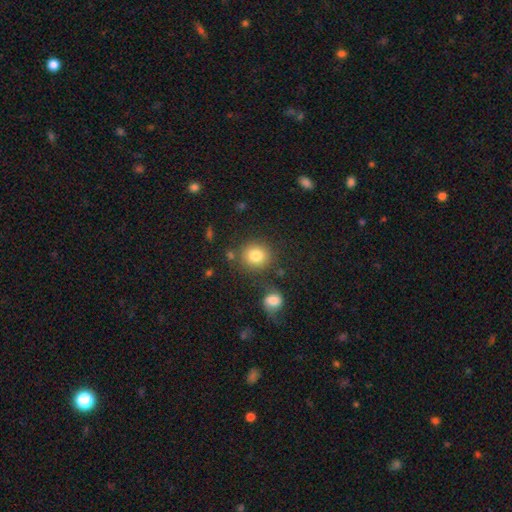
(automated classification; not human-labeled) The model was most divided on "merging": none: 78%, minor disturbance: 10%, merger: 8%, major disturbance: 4%. More confident: how rounded — round (85%); smooth or featured — smooth (83%).